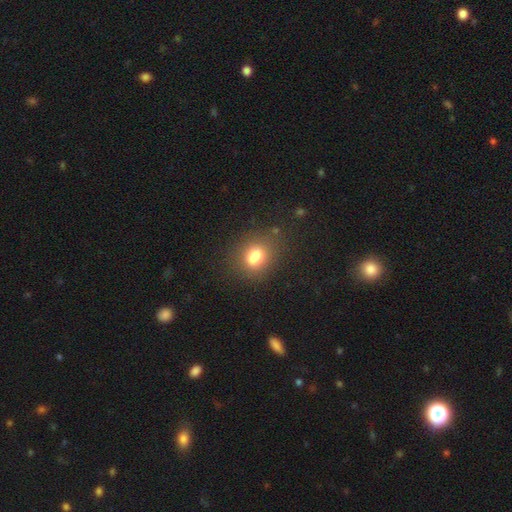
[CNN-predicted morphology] This appears to be a smooth galaxy with no disk features (80%) that is in between round and cigar-shaped (51%). Merging: none (75%).